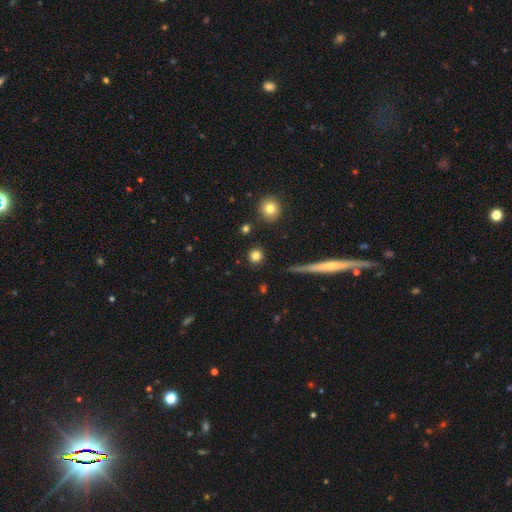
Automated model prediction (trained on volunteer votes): A smooth galaxy with no disk features (83%) that is round (92%). Merging: none (91%).